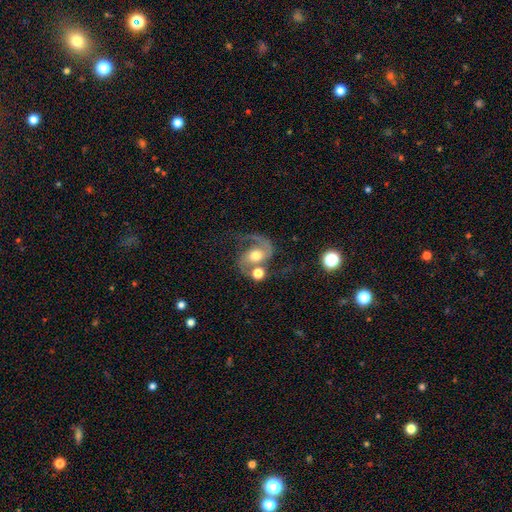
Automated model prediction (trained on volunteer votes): Overall: featured or disk (81%). Edge-on disk: no (98%). Bar: no (60%; weak 31%). Spiral arms: yes (95%). Spiral arm count: 2 (77%). Spiral winding: medium (50%; loose 38%). Bulge size: moderate (66%). Merging: none (43%; merger 27%).